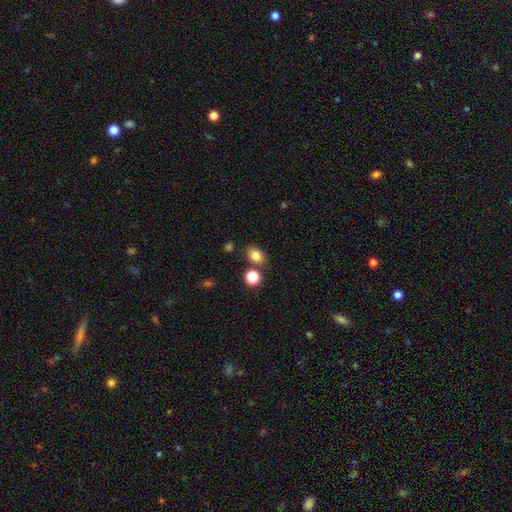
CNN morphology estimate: smooth 82%, star or artifact 12%, featured or disk 6%. Down the decision tree: how rounded — in between (62%); merging — none (75%).